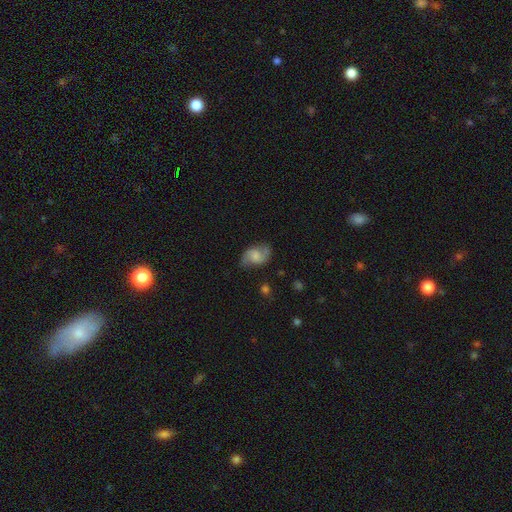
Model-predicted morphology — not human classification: Smooth or featured: featured or disk — 66% (smooth — 26%)
Edge-on disk: no — 97% (yes — 3%)
Bar: no — 53% (weak — 40%)
Spiral arms: yes — 93% (no — 7%)
Spiral winding: loose — 44% (medium — 43%)
Spiral arm count: 2 — 90% (can't tell — 4%)
Bulge size: moderate — 30% (small — 29%)
Merging: none — 73% (minor disturbance — 19%)